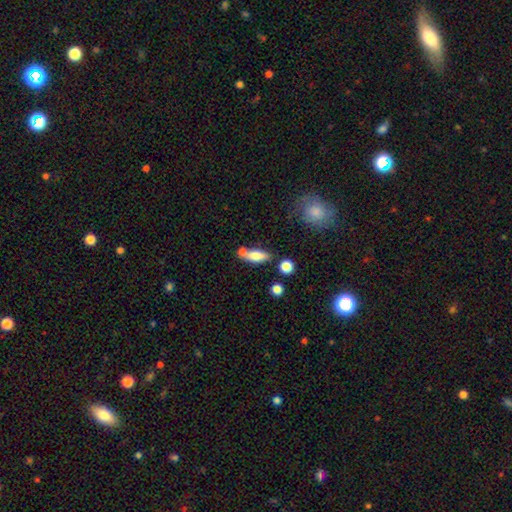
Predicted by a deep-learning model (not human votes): Smooth or featured: smooth — 73% (featured or disk — 18%)
How rounded: in between — 70% (cigar-shaped — 25%)
Merging: none — 54% (merger — 26%)